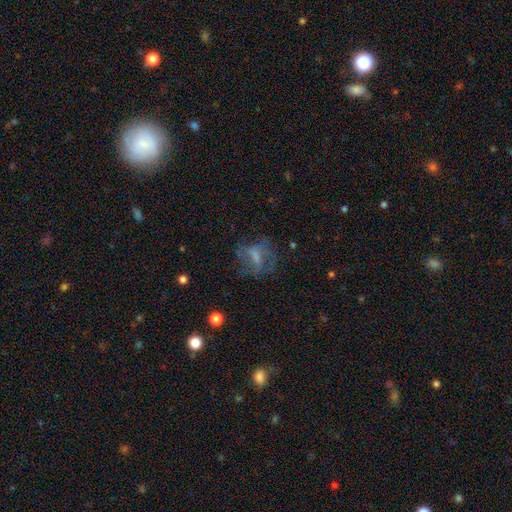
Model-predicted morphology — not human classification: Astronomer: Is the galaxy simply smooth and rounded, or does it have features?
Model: featured or disk — 51% (runner-up: smooth, 35%).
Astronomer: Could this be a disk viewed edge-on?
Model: no — 94%.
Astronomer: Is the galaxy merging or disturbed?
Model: none — 48% (runner-up: major disturbance, 30%).